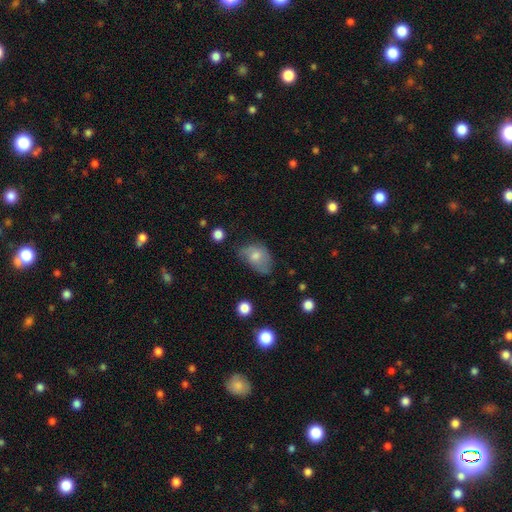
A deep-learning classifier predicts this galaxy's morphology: smooth 61%, featured or disk 29%, star or artifact 10%. Down the decision tree: how rounded — in between (79%); merging — none (42%).